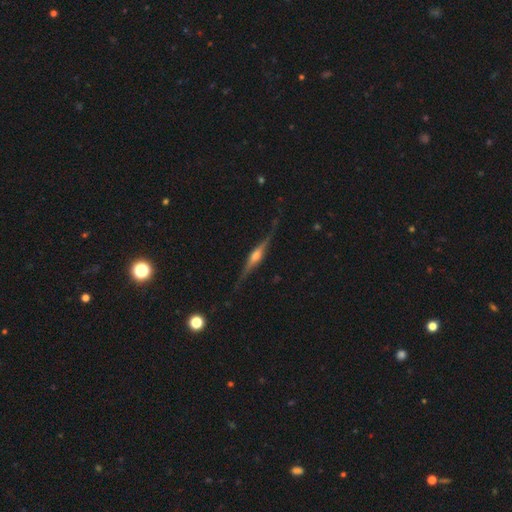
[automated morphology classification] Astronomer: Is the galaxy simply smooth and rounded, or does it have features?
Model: featured or disk — 84%.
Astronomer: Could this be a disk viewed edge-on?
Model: yes — 98%.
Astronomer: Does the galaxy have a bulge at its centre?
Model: rounded — 86%.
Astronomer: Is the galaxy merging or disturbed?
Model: none — 84%.